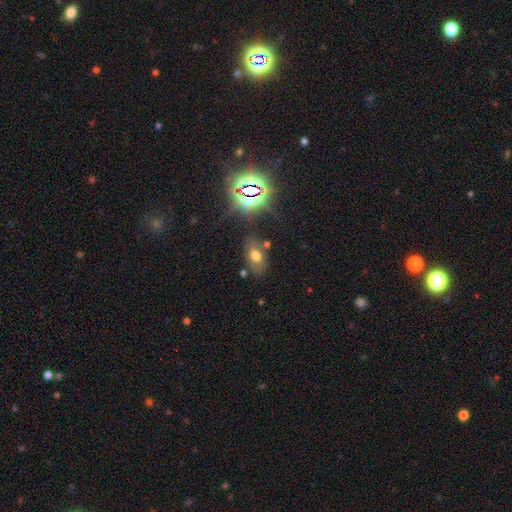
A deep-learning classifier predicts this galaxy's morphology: Smooth or featured? Predicted: smooth (p=0.58). How rounded? Predicted: in between (p=0.88). Merging? Predicted: none (p=0.69).